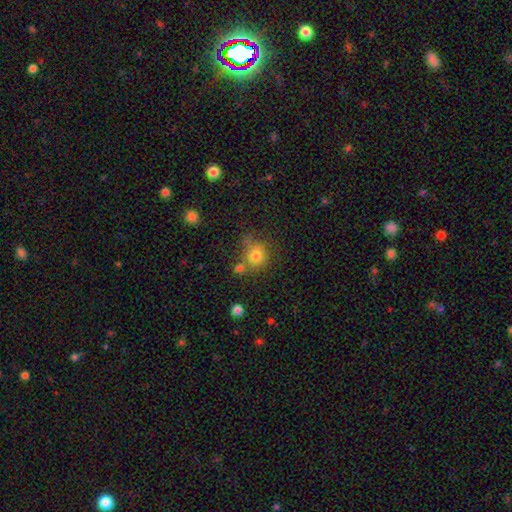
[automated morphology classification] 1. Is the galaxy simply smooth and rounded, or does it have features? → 78% smooth, 13% star or artifact, 9% featured or disk.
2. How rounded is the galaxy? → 85% round, 14% in between, 1% cigar-shaped.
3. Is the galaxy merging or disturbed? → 59% none, 19% merger, 15% minor disturbance, 7% major disturbance.